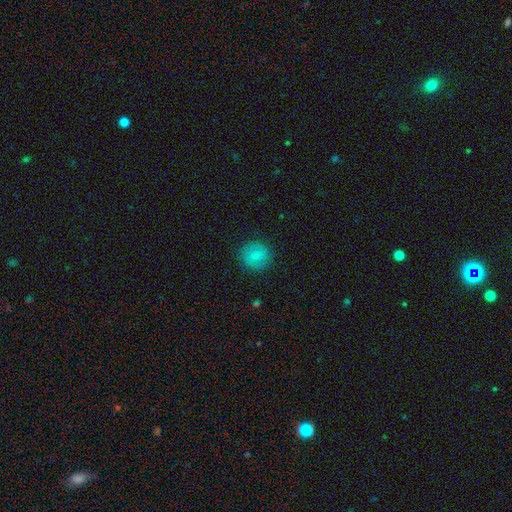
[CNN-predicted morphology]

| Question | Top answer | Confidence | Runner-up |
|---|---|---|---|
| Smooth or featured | smooth | 78% | featured or disk (13%) |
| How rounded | round | 88% | in between (11%) |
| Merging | none | 86% | minor disturbance (10%) |